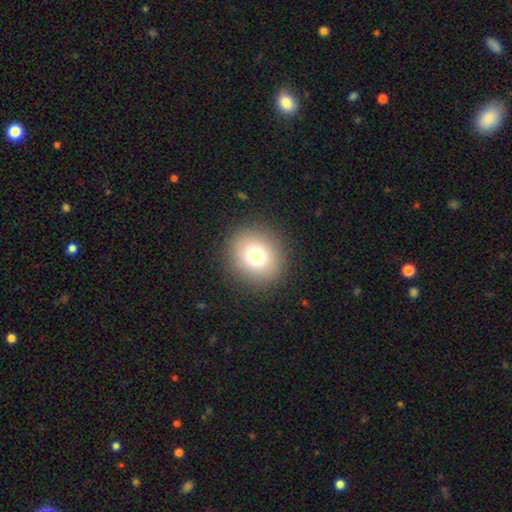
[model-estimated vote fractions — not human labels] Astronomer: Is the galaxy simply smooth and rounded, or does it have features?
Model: smooth — 75%.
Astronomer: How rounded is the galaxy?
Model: round — 85%.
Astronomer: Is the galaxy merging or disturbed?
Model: none — 90%.